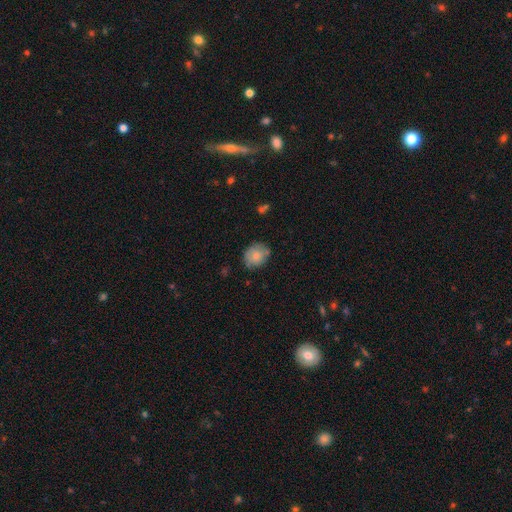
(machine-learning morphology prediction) type=smooth (74%); roundness=round (70%); merging=none (74%).